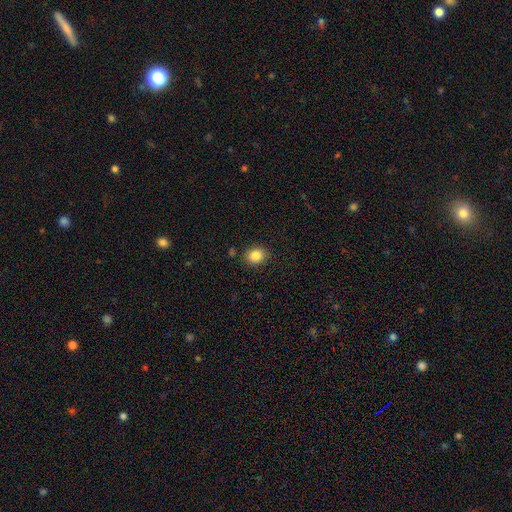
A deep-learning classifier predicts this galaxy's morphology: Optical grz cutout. It shows a smooth galaxy with no disk features (86%) that is round (58%). Merging: none (86%).